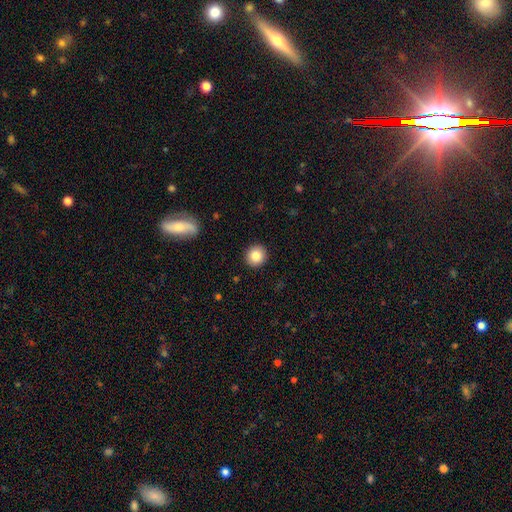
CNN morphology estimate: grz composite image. It shows a smooth galaxy with no disk features (84%) that is round (92%). Merging: none (93%).